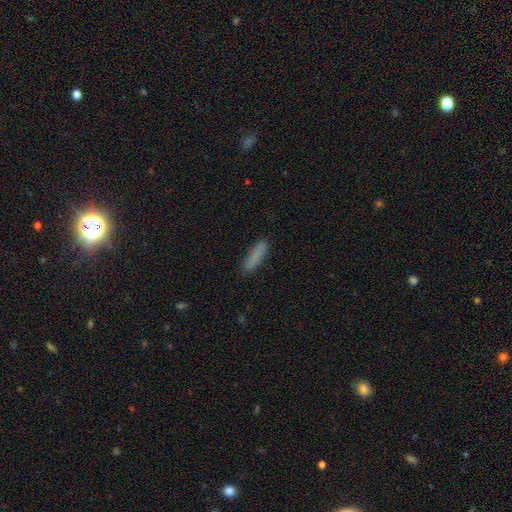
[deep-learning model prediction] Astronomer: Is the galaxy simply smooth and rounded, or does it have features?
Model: smooth — 85%.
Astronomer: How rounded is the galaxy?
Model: cigar-shaped — 77%.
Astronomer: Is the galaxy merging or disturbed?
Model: none — 87%.